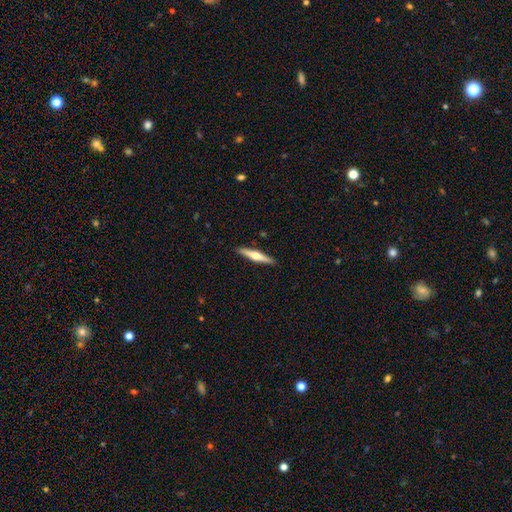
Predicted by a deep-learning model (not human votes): This appears to be a featured or disk galaxy (58%) viewed edge-on (97%) with a rounded central bulge (89%). Merging: none (91%).